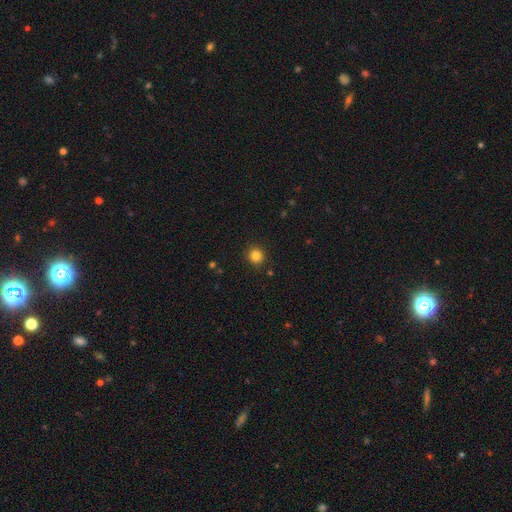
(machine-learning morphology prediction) A smooth galaxy with no disk features (83%) that is round (92%). Merging: none (91%).